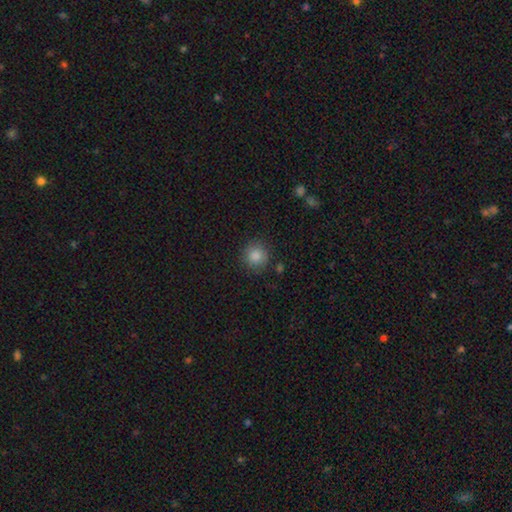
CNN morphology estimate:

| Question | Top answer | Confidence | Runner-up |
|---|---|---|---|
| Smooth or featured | smooth | 86% | star or artifact (10%) |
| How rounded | round | 92% | in between (7%) |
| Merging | none | 86% | minor disturbance (9%) |